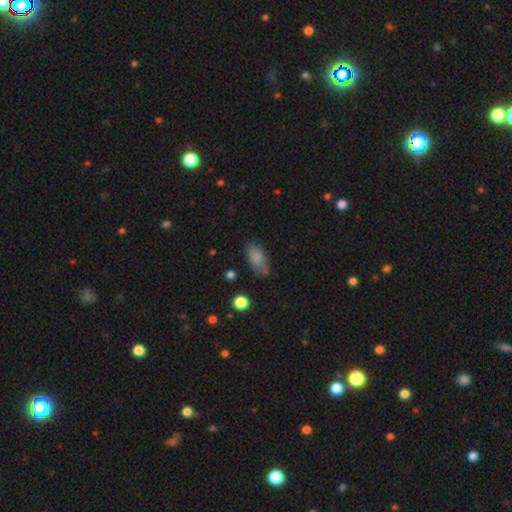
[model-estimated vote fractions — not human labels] A smooth galaxy with no disk features (78%) that is in between round and cigar-shaped (88%).

Vote fractions:
- Smooth or featured? smooth: 78% / featured or disk: 11% / star or artifact: 11%
- How rounded? in between: 88% / cigar-shaped: 8% / round: 4%
- Merging? none: 70% / minor disturbance: 22% / major disturbance: 5% / merger: 3%